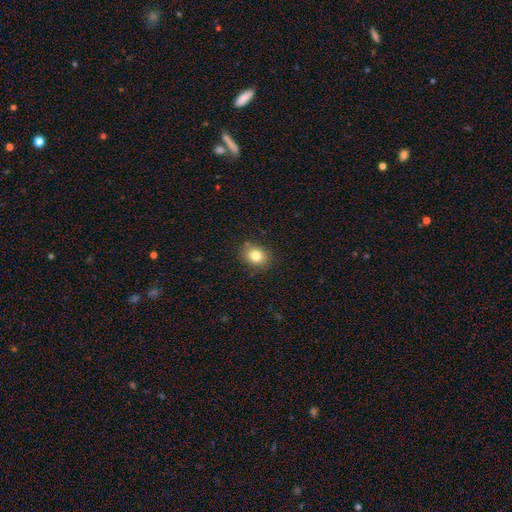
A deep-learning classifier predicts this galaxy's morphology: The model was most divided on "how rounded": round: 56%, in between: 43%, cigar-shaped: 1%. More confident: merging — none (84%); smooth or featured — smooth (81%).